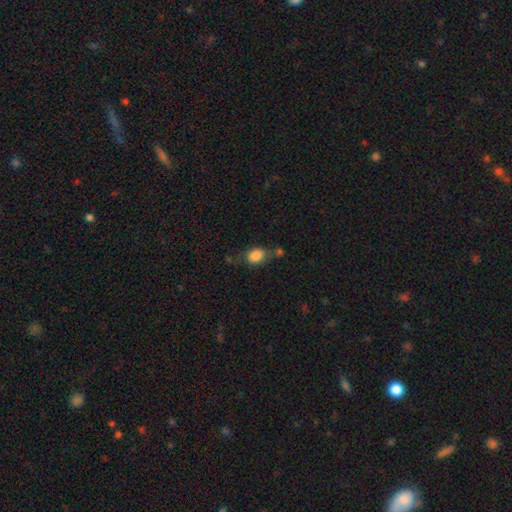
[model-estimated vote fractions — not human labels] Morphology: type=smooth (83%); roundness=in between (68%); merging=none (52%).